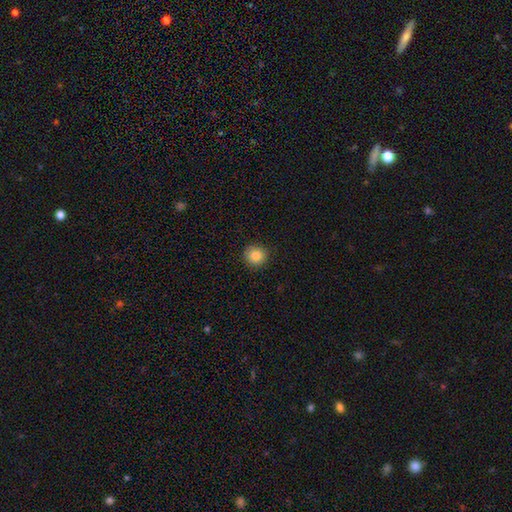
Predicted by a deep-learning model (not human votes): Overall: smooth (84%). How rounded: round (92%). Merging: none (89%).